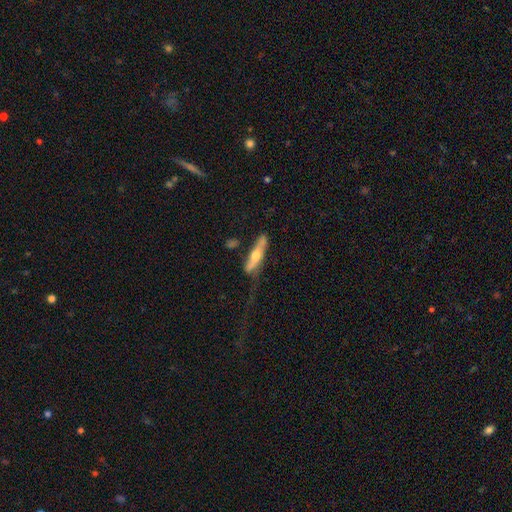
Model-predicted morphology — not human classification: Smooth or featured: featured or disk — 48% (smooth — 47%)
Merging: none — 52% (minor disturbance — 27%)